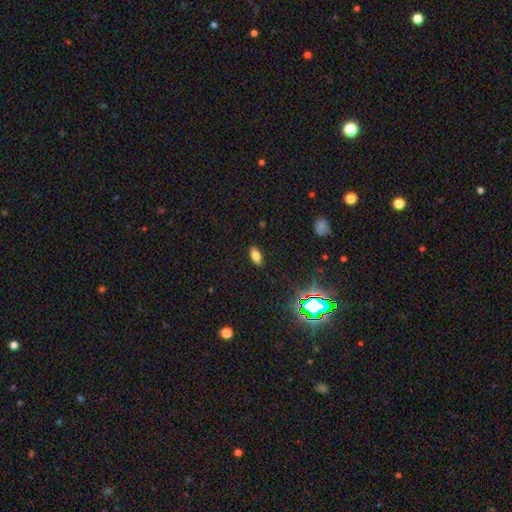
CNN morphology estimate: Smooth or featured: smooth — 74% (star or artifact — 14%)
How rounded: in between — 84% (cigar-shaped — 12%)
Merging: none — 87% (minor disturbance — 9%)